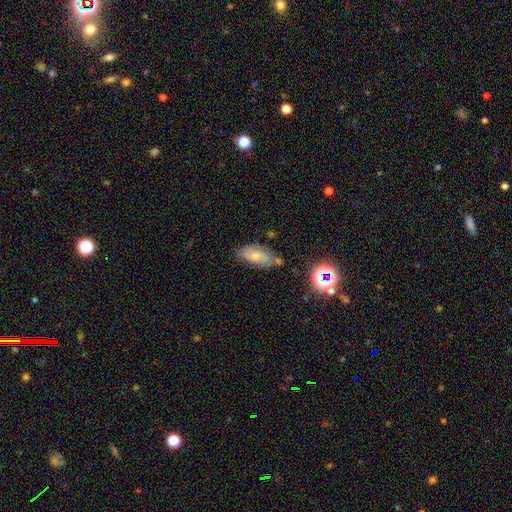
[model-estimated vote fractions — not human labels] The model was most divided on "merging": none: 55%, minor disturbance: 27%, merger: 11%, major disturbance: 7%. More confident: how rounded — in between (86%); smooth or featured — smooth (66%).